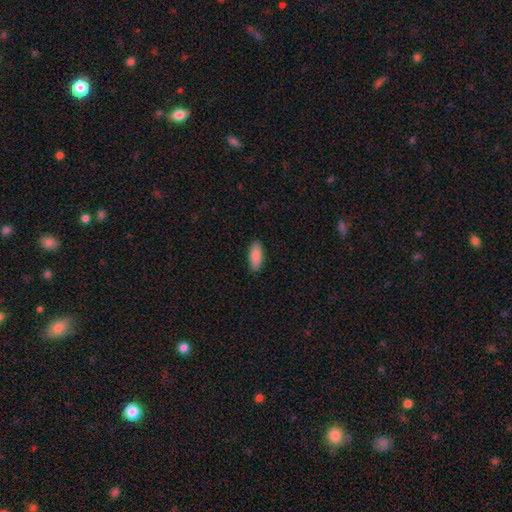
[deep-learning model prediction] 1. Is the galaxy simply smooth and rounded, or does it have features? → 90% smooth, 6% star or artifact, 4% featured or disk.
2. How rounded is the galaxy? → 80% in between, 18% cigar-shaped, 2% round.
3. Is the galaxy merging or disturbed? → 89% none, 8% minor disturbance, 2% major disturbance, 1% merger.